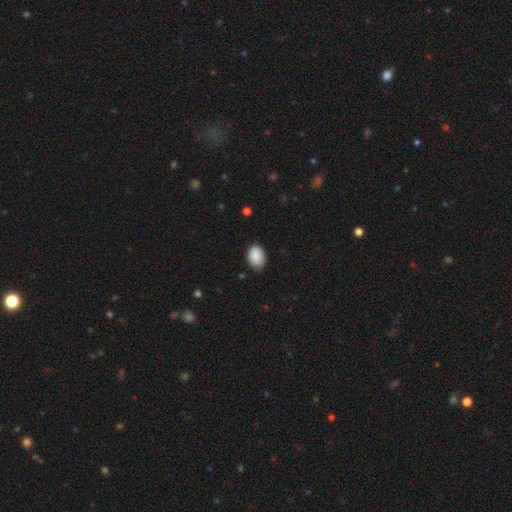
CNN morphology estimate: Smooth or featured: smooth — 87% (star or artifact — 7%)
How rounded: in between — 75% (round — 24%)
Merging: none — 78% (minor disturbance — 19%)